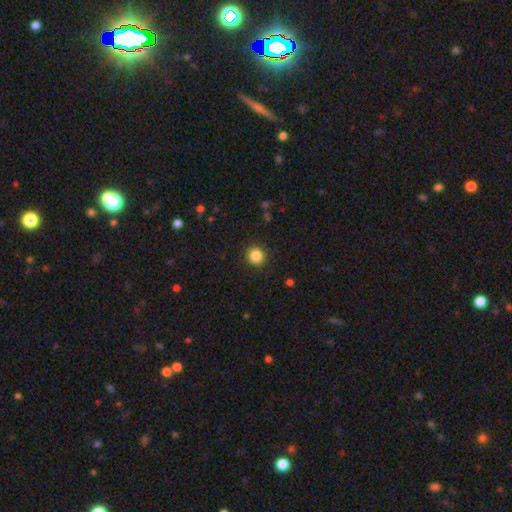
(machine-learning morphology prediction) This appears to be a smooth galaxy with no disk features (85%) that is round (92%). Merging: none (91%).